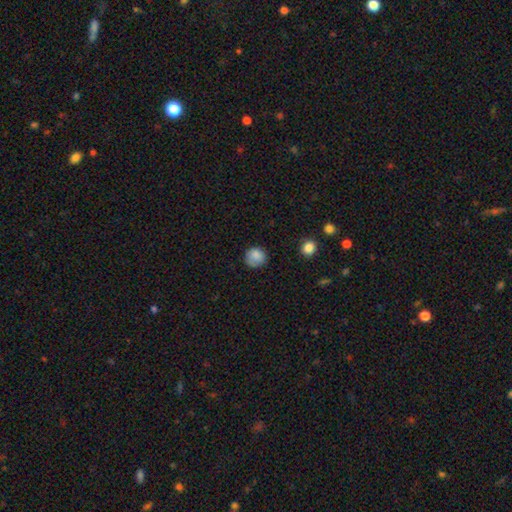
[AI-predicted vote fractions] smooth_or_featured: smooth (p=0.84) [alt: star or artifact p=0.09]
how_rounded: round (p=0.86) [alt: in between p=0.13]
merging: none (p=0.73) [alt: minor disturbance p=0.21]